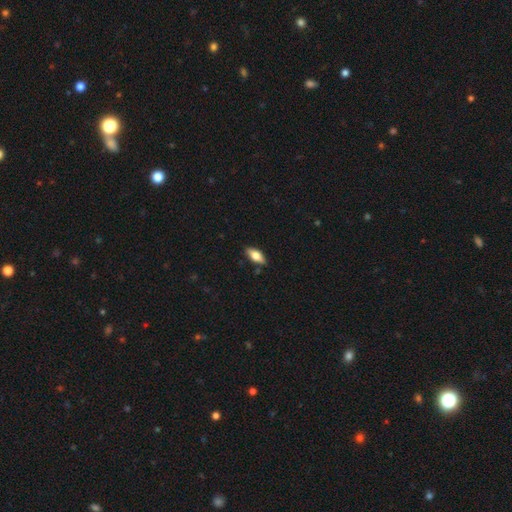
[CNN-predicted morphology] This appears to be a smooth galaxy with no disk features (68%) that is in between round and cigar-shaped (81%). Merging: none (85%).